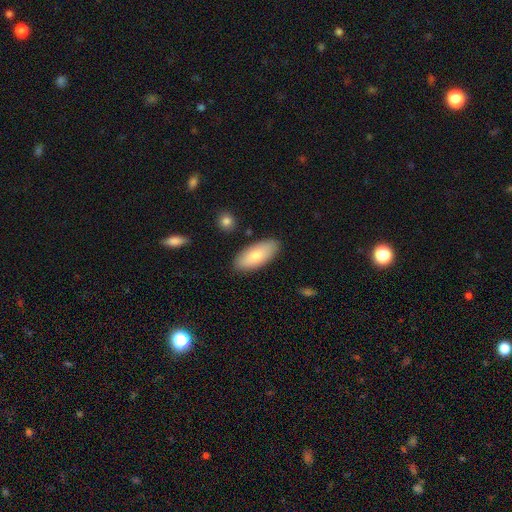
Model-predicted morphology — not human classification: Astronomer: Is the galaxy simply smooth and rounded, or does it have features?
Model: smooth — 78%.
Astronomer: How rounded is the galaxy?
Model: in between — 88%.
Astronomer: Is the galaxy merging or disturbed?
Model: none — 85%.